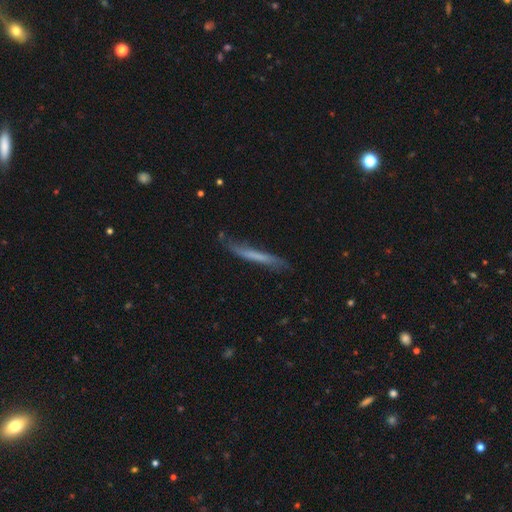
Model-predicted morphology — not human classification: A smooth galaxy with no disk features (55%) that is cigar-shaped (95%).

Vote fractions:
- Smooth or featured? smooth: 55% / featured or disk: 38% / star or artifact: 7%
- How rounded? cigar-shaped: 95% / in between: 4% / round: 1%
- Merging? none: 70% / minor disturbance: 22% / major disturbance: 5% / merger: 3%